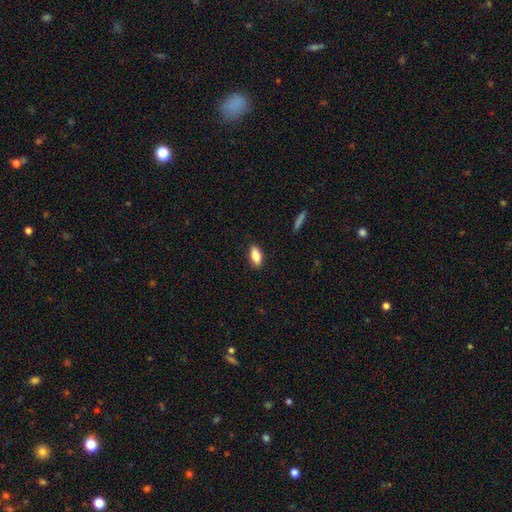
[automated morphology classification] Smooth or featured? smooth (81%)
How rounded? in between (84%)
Merging? none (88%)